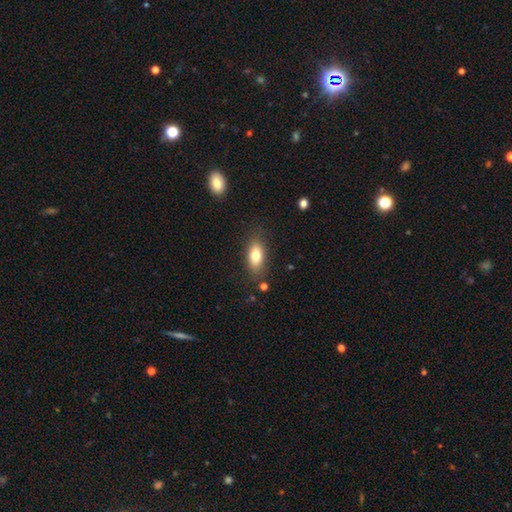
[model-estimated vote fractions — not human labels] smooth 77%, featured or disk 15%, star or artifact 8%. Down the decision tree: how rounded — in between (83%); merging — none (81%).